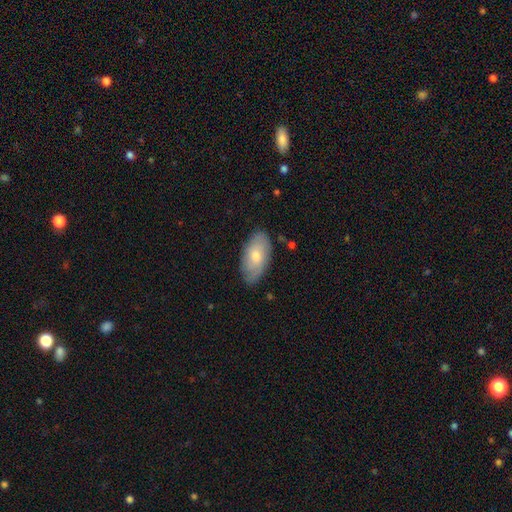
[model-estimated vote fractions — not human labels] Smooth or featured: smooth — 61% (featured or disk — 33%)
How rounded: in between — 93% (cigar-shaped — 4%)
Merging: none — 81% (minor disturbance — 15%)